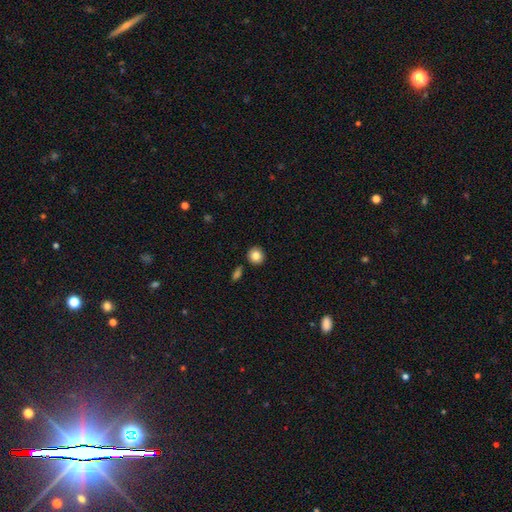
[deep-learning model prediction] Smooth or featured? smooth (84%)
How rounded? round (89%)
Merging? none (88%)